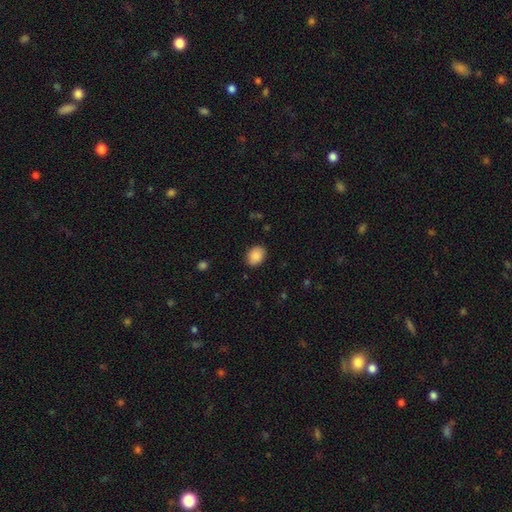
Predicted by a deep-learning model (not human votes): Morphology: type=smooth (89%); roundness=in between (68%); merging=none (87%).